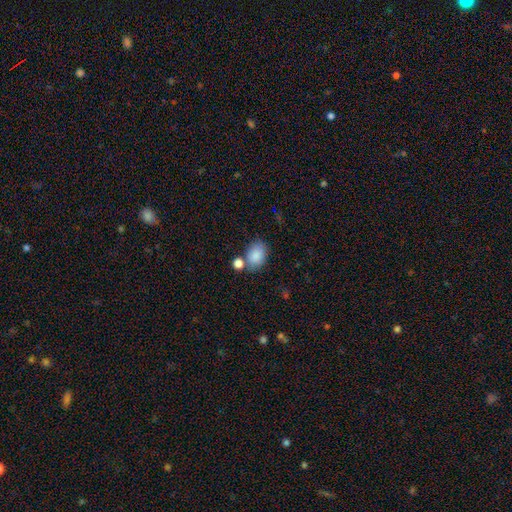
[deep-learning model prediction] The model was most divided on "merging": none: 62%, merger: 19%, minor disturbance: 14%, major disturbance: 5%. More confident: smooth or featured — smooth (87%); how rounded — in between (80%).